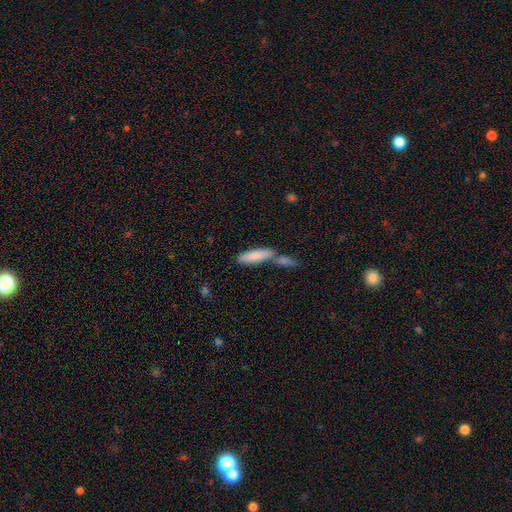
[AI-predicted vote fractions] Smooth or featured?
  - smooth: 82% *
  - featured or disk: 12%
  - star or artifact: 6%
How rounded?
  - cigar-shaped: 58% *
  - in between: 40%
  - round: 2%
Merging?
  - merger: 45% *
  - none: 40%
  - minor disturbance: 10%
  - major disturbance: 4%